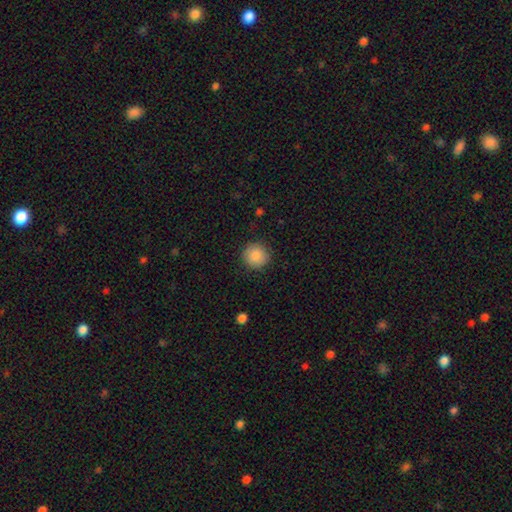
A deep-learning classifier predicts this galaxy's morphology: The model was most divided on "smooth or featured": smooth: 86%, star or artifact: 8%, featured or disk: 5%. More confident: how rounded — round (94%); merging — none (89%).